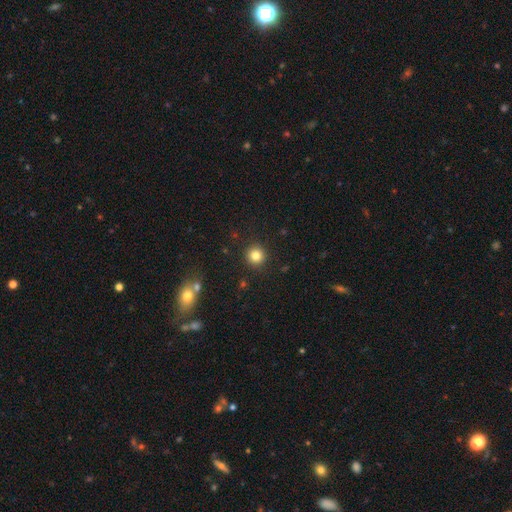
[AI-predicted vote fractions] Morphology: type=smooth (83%); roundness=round (94%); merging=none (91%).